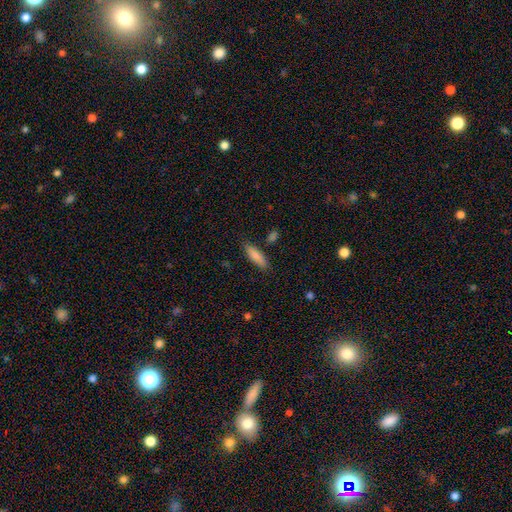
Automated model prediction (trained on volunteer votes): A smooth galaxy with no disk features (82%) that is in between round and cigar-shaped (50%).

Vote fractions:
- Smooth or featured? smooth: 82% / featured or disk: 11% / star or artifact: 7%
- How rounded? in between: 50% / cigar-shaped: 48% / round: 2%
- Merging? none: 81% / minor disturbance: 13% / merger: 4% / major disturbance: 3%